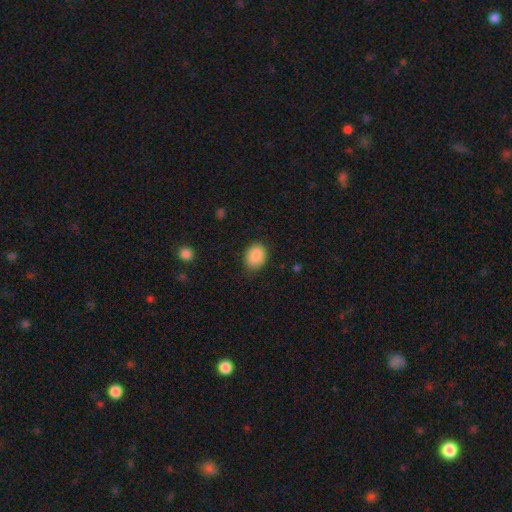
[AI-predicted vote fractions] Overall: smooth (88%). How rounded: in between (63%; round 37%). Merging: none (78%).